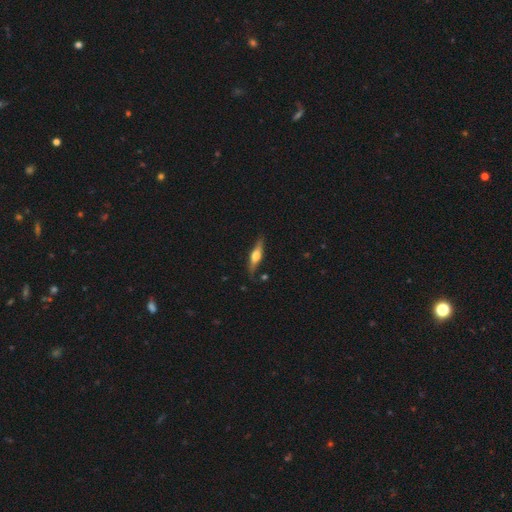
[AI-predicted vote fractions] Morphology: type=featured or disk (62%); edge-on=yes (94%); edge-on bulge=rounded (91%); merging=none (80%).